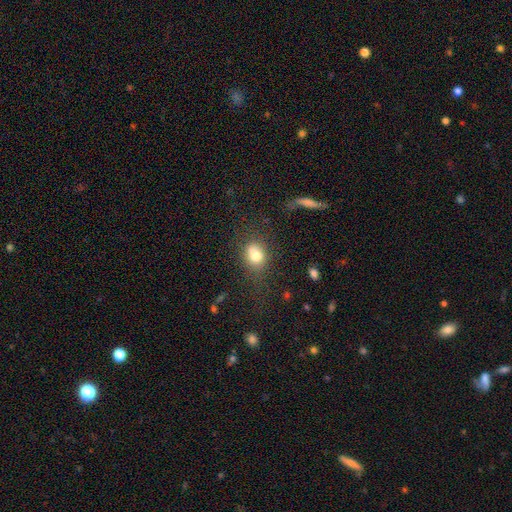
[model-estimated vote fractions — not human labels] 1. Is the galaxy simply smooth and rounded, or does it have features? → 75% smooth, 13% featured or disk, 12% star or artifact.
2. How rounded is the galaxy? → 54% in between, 44% round, 2% cigar-shaped.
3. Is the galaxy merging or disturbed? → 56% none, 22% minor disturbance, 13% major disturbance, 10% merger.